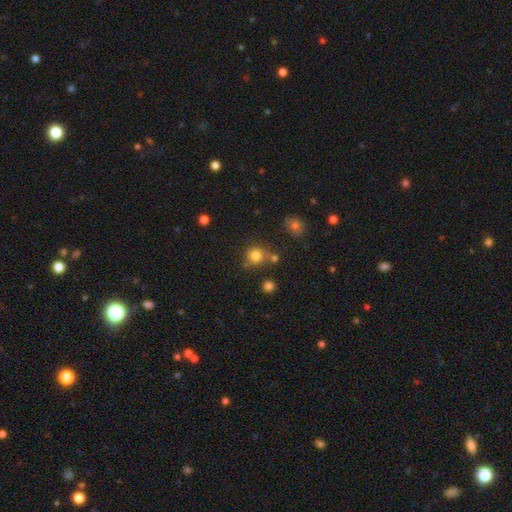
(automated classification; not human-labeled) A smooth galaxy with no disk features (81%) that is round (89%). Merging: none (69%).